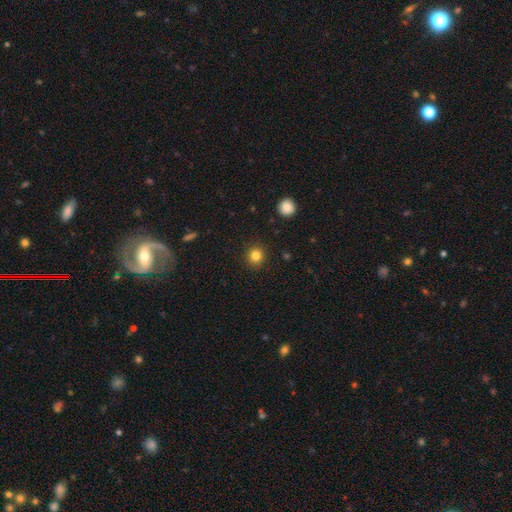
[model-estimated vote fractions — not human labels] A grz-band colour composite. It shows a smooth galaxy with no disk features (83%) that is round (90%). Merging: none (91%).